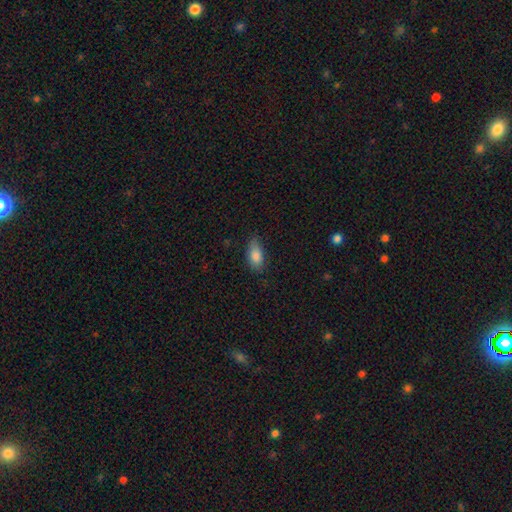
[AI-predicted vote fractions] smooth-or-featured: smooth: 85% | featured or disk: 8% | star or artifact: 8%
  how-rounded: in between: 89% | cigar-shaped: 7% | round: 4%
  merging: none: 73% | minor disturbance: 21% | major disturbance: 4% | merger: 1%